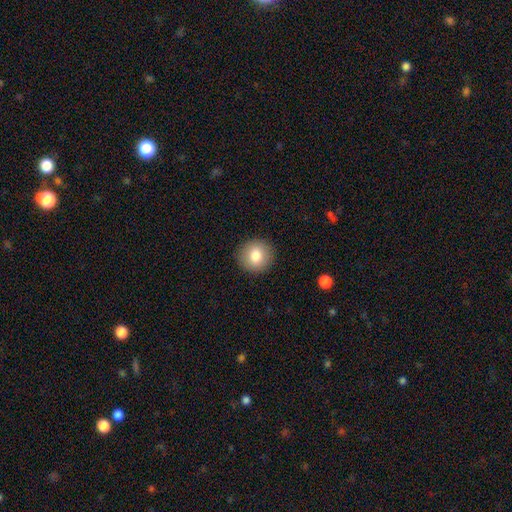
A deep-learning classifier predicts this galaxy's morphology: Smooth or featured? Predicted: smooth (p=0.82). How rounded? Predicted: round (p=0.93). Merging? Predicted: none (p=0.91).